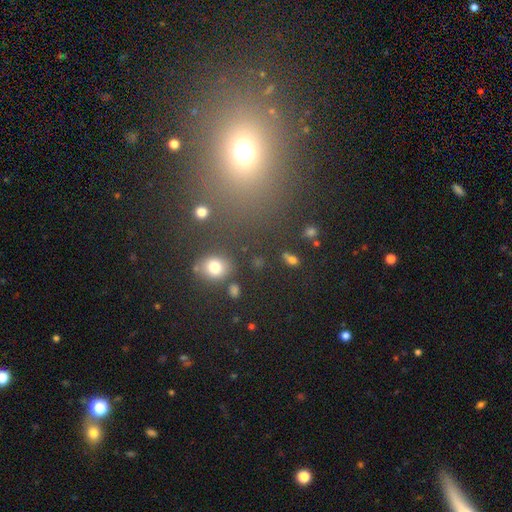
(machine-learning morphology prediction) Smooth or featured? Predicted: smooth (p=0.54). How rounded? Predicted: round (p=0.56). Merging? Predicted: none (p=0.83).